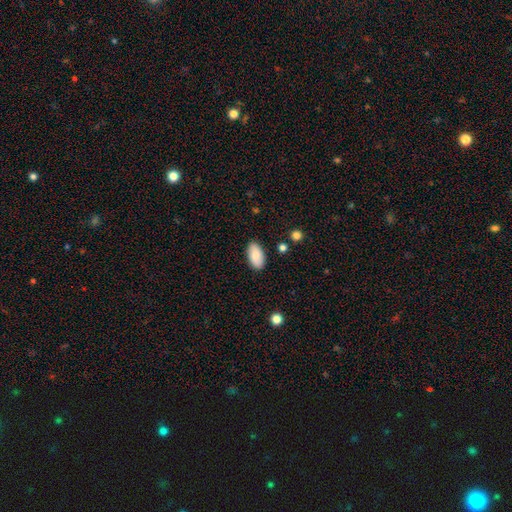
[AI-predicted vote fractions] Morphology: type=smooth (86%); roundness=in between (95%); merging=none (87%).